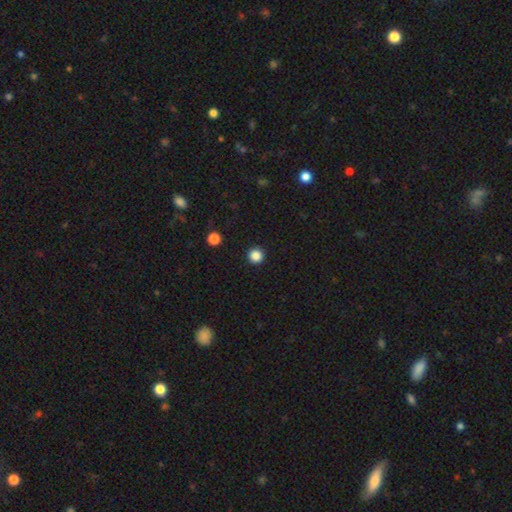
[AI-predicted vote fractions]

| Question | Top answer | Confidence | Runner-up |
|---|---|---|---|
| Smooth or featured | smooth | 86% | star or artifact (12%) |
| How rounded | round | 96% | in between (3%) |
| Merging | none | 94% | minor disturbance (4%) |